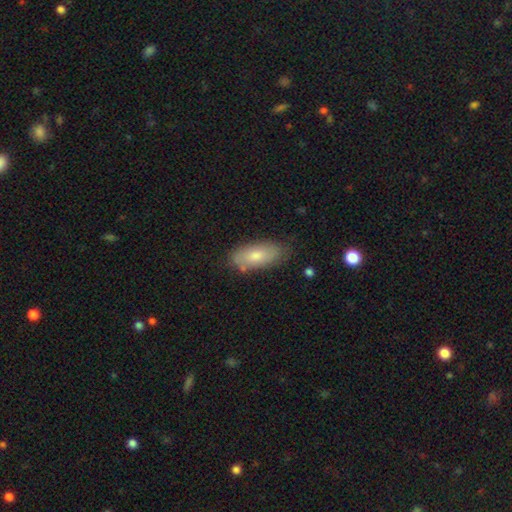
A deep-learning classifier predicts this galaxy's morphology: Smooth or featured: smooth — 68% (featured or disk — 25%)
How rounded: in between — 88% (cigar-shaped — 10%)
Merging: none — 75% (minor disturbance — 19%)